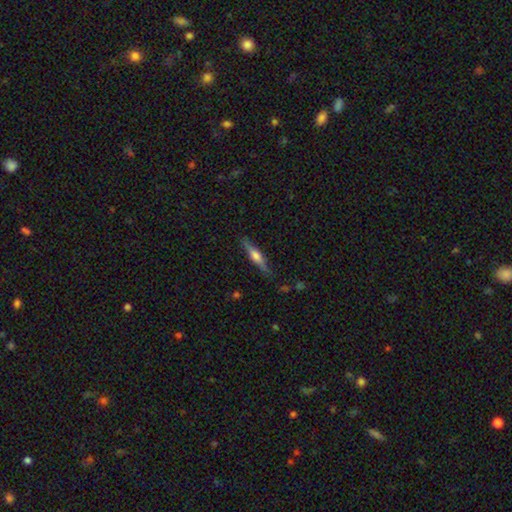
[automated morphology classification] Q: Smooth or featured?
A: featured or disk (60%); runner-up: smooth (34%)
Q: Edge-on disk?
A: yes (96%); runner-up: no (4%)
Q: Edge-on bulge?
A: rounded (83%); runner-up: boxy (12%)
Q: Merging?
A: none (86%); runner-up: minor disturbance (10%)